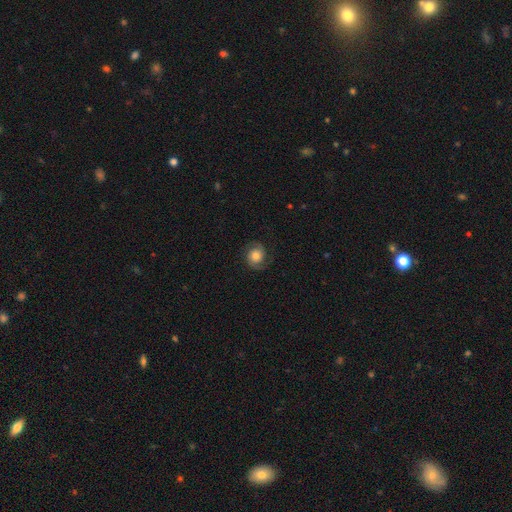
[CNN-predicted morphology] Q: Smooth or featured?
A: featured or disk (67%); runner-up: smooth (25%)
Q: Edge-on disk?
A: no (98%); runner-up: yes (2%)
Q: Bar?
A: no (76%); runner-up: weak (20%)
Q: Spiral arms?
A: yes (94%); runner-up: no (6%)
Q: Spiral winding?
A: medium (44%); runner-up: tight (39%)
Q: Spiral arm count?
A: 2 (89%); runner-up: can't tell (4%)
Q: Bulge size?
A: moderate (55%); runner-up: large (23%)
Q: Merging?
A: none (80%); runner-up: minor disturbance (13%)